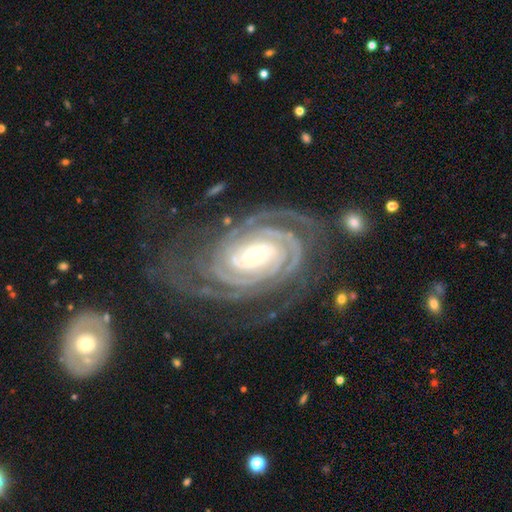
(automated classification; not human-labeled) This appears to be a featured or disk galaxy (92%) with no bar (52%), 2 (49%) tight (85%) spiral arms (99%) and a small central bulge (63%). Merging: none (70%).